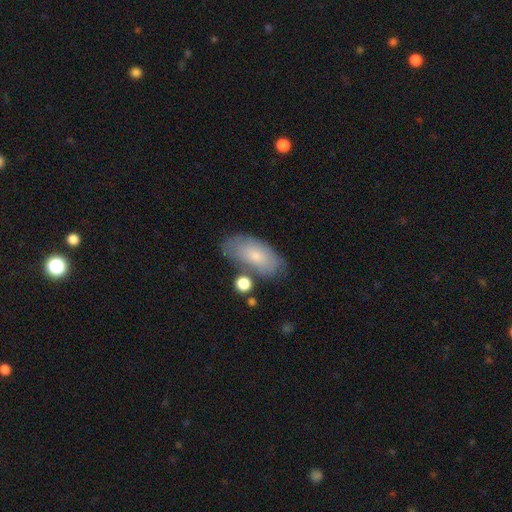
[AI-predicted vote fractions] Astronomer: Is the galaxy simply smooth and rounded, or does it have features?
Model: smooth — 71%.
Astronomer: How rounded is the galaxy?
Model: in between — 92%.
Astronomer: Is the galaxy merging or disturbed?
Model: none — 64%.